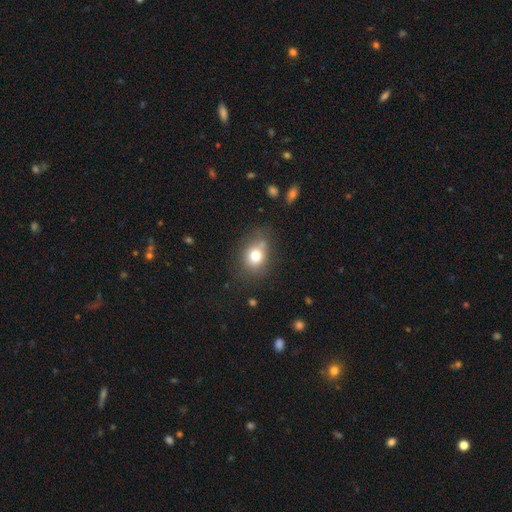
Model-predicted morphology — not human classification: Q: Smooth or featured?
A: smooth (75%); runner-up: featured or disk (13%)
Q: How rounded?
A: round (53%); runner-up: in between (46%)
Q: Merging?
A: none (63%); runner-up: minor disturbance (21%)